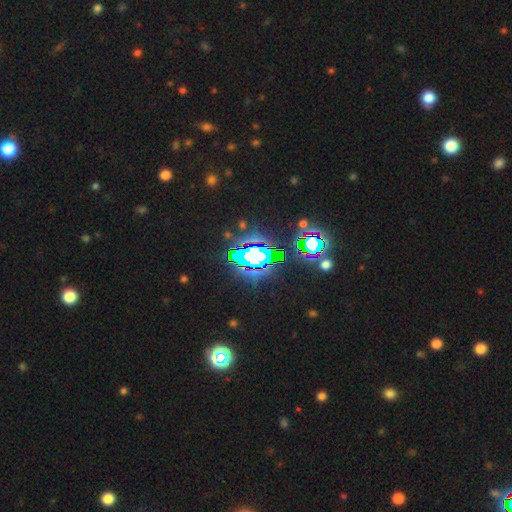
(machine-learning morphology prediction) type=star or artifact (83%).